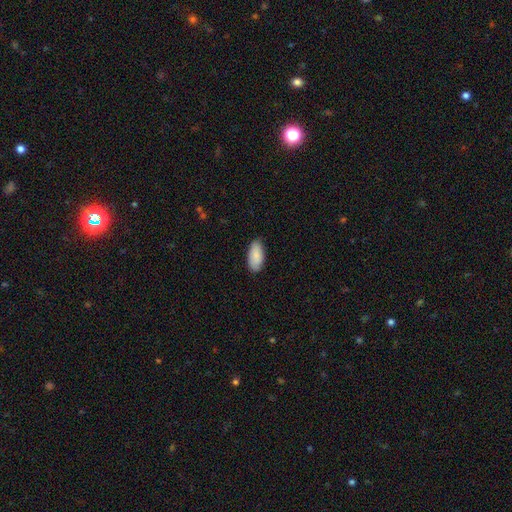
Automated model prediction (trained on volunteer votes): This appears to be a smooth galaxy with no disk features (88%) that is in between round and cigar-shaped (92%). Merging: none (82%).